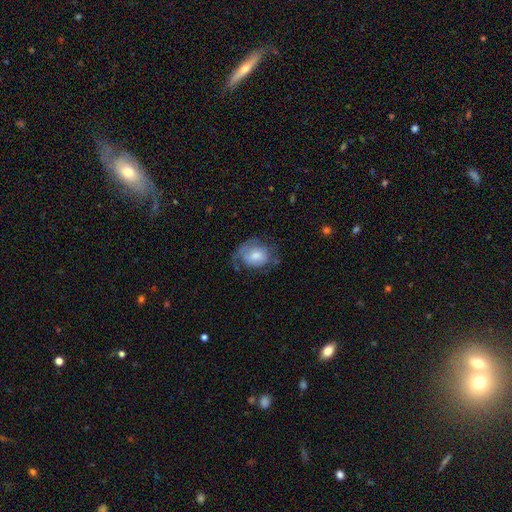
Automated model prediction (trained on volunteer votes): Smooth or featured? smooth (54%)
How rounded? in between (58%)
Merging? none (44%)